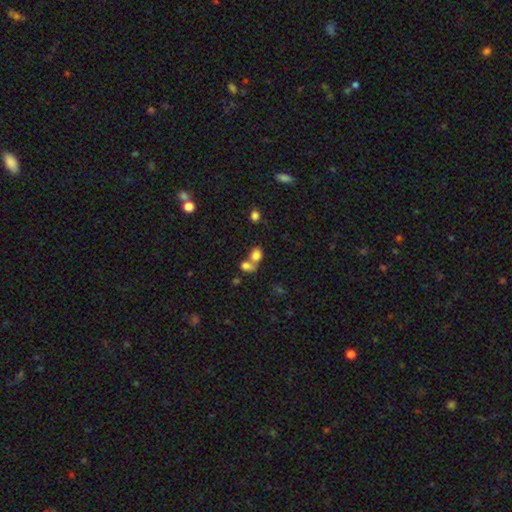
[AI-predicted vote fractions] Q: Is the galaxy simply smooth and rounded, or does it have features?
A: smooth — 79%.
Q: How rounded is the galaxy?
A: in between — 52%.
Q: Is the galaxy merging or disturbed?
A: merger — 55%.